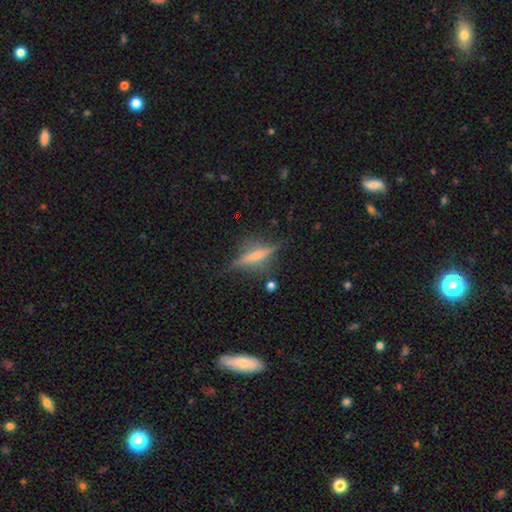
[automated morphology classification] smooth_or_featured: featured or disk (p=0.65) [alt: smooth p=0.25]
disk_edge_on: yes (p=0.94) [alt: no p=0.06]
edge_on_bulge: rounded (p=0.61) [alt: none p=0.23]
merging: none (p=0.80) [alt: minor disturbance p=0.14]